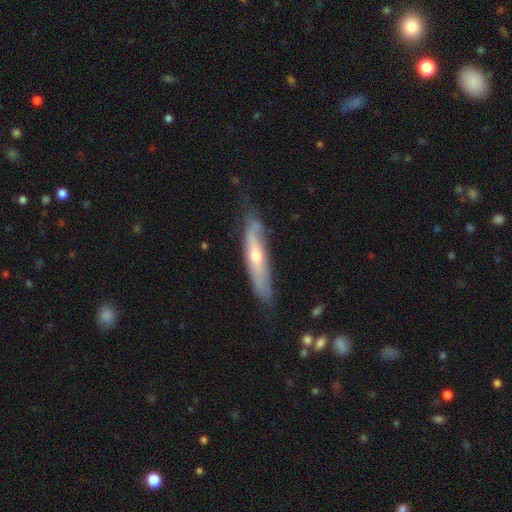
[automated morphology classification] Smooth or featured?
  - featured or disk: 62% *
  - smooth: 31%
  - star or artifact: 7%
Edge-on disk?
  - yes: 66% *
  - no: 34%
Merging?
  - none: 67% *
  - minor disturbance: 25%
  - major disturbance: 6%
  - merger: 2%